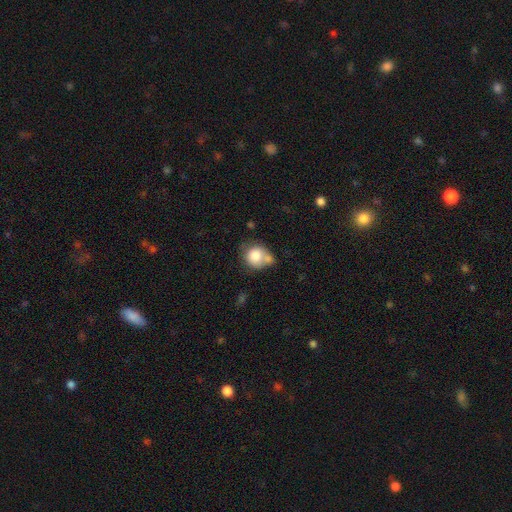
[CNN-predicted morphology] This appears to be a smooth galaxy with no disk features (78%) that is round (78%). Merging: none (38%).